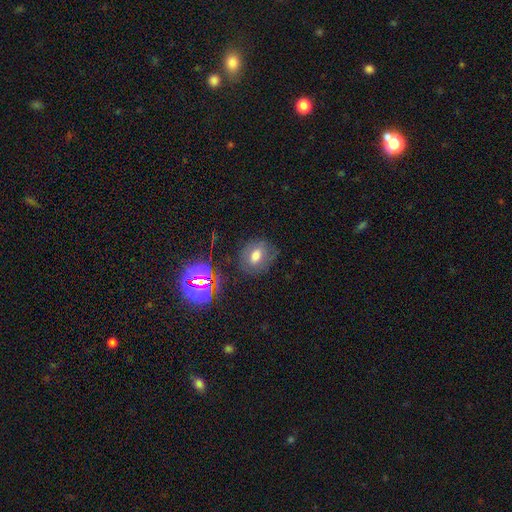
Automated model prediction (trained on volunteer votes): Smooth or featured?
  - smooth: 54% *
  - featured or disk: 24%
  - star or artifact: 22%
How rounded?
  - in between: 57% *
  - round: 42%
  - cigar-shaped: 1%
Merging?
  - none: 76% *
  - minor disturbance: 15%
  - major disturbance: 7%
  - merger: 2%